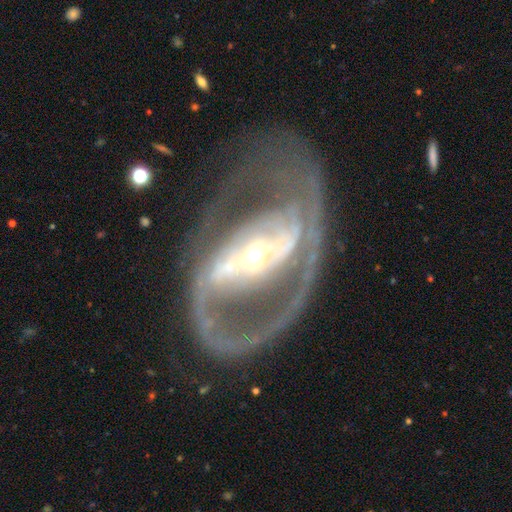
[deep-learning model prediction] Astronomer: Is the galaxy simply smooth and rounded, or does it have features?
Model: featured or disk — 88%.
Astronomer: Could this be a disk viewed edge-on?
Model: no — 94%.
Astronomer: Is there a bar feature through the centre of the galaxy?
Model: strong — 64%.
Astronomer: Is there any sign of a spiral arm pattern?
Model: yes — 83%.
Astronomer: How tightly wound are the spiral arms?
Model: medium — 48% (runner-up: tight, 32%).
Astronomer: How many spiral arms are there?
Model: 2 — 75%.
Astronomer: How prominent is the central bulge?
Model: moderate — 49% (runner-up: small, 42%).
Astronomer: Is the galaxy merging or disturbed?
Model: none — 59%.